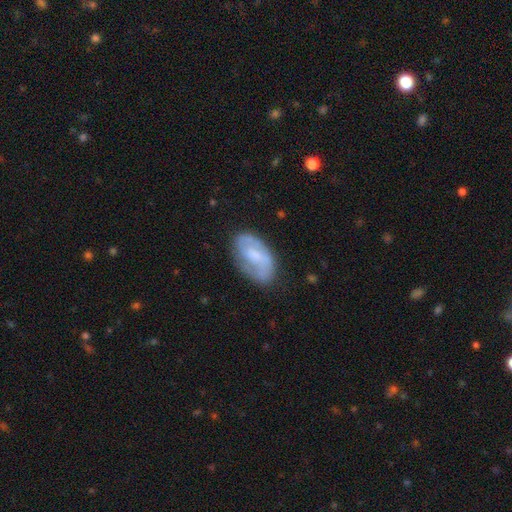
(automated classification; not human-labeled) Smooth or featured? Predicted: featured or disk (p=0.56). Edge-on disk? Predicted: no (p=0.95). Bar? Predicted: no (p=0.45). Spiral arms? Predicted: yes (p=0.69). Bulge size? Predicted: moderate (p=0.37). Merging? Predicted: none (p=0.67).